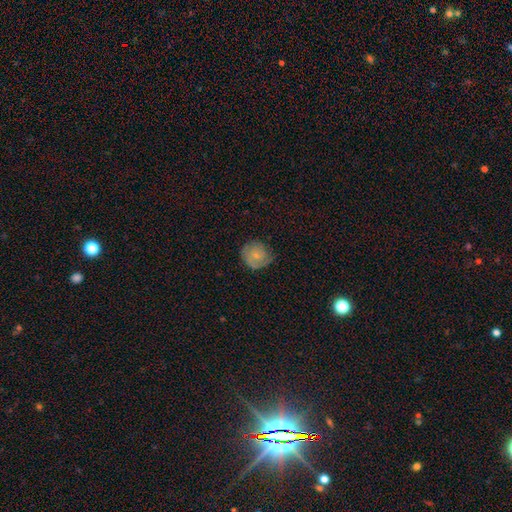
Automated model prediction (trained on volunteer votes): smooth 53%, featured or disk 40%, star or artifact 7%. Down the decision tree: how rounded — round (84%); merging — none (66%).